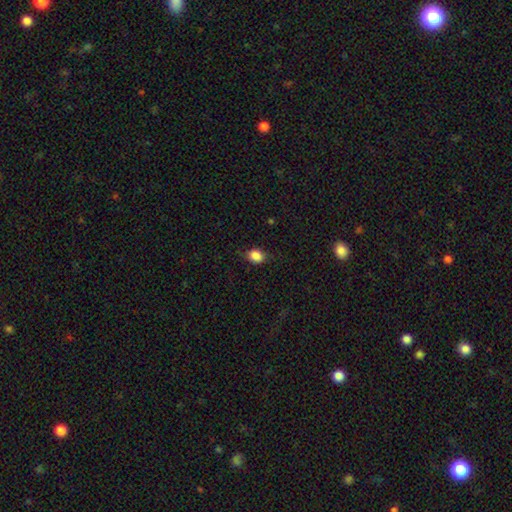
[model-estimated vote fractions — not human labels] Q: Smooth or featured?
A: smooth (86%); runner-up: star or artifact (9%)
Q: How rounded?
A: in between (59%); runner-up: round (40%)
Q: Merging?
A: none (76%); runner-up: minor disturbance (19%)